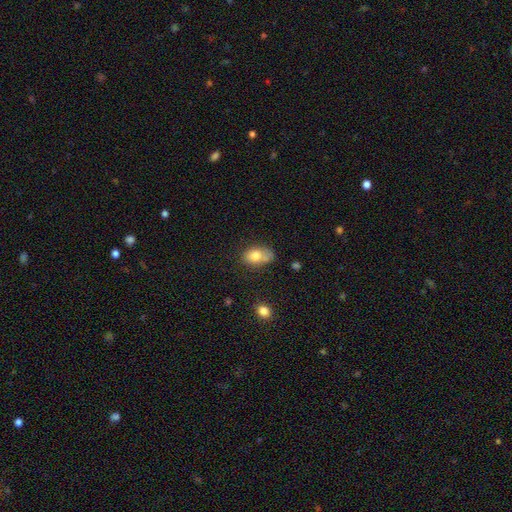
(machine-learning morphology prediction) smooth_or_featured: smooth (p=0.76) [alt: featured or disk p=0.15]
how_rounded: in between (p=0.80) [alt: round p=0.18]
merging: none (p=0.41) [alt: minor disturbance p=0.26]